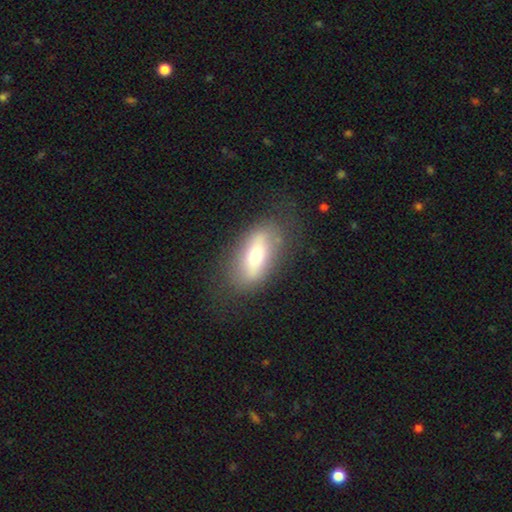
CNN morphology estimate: This appears to be a smooth galaxy with no disk features (51%) that is in between round and cigar-shaped (80%). Merging: none (74%).